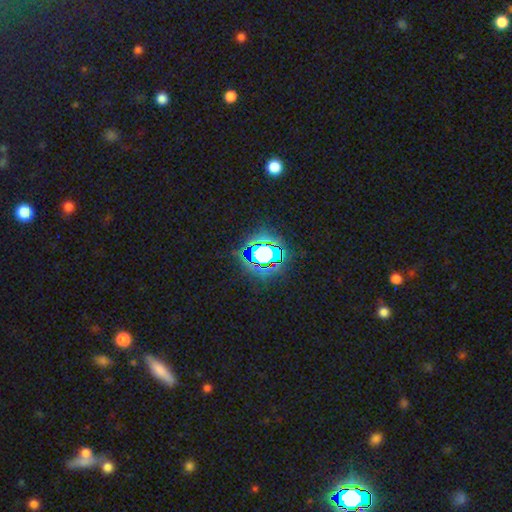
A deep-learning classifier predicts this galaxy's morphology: This is likely a star or artifact rather than a galaxy (78%).